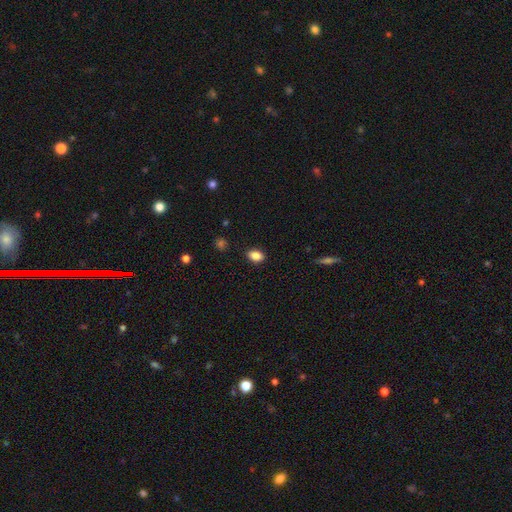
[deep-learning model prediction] Smooth or featured?
  - smooth: 87% *
  - star or artifact: 9%
  - featured or disk: 4%
How rounded?
  - in between: 83% *
  - round: 16%
  - cigar-shaped: 2%
Merging?
  - none: 87% *
  - minor disturbance: 10%
  - major disturbance: 2%
  - merger: 1%